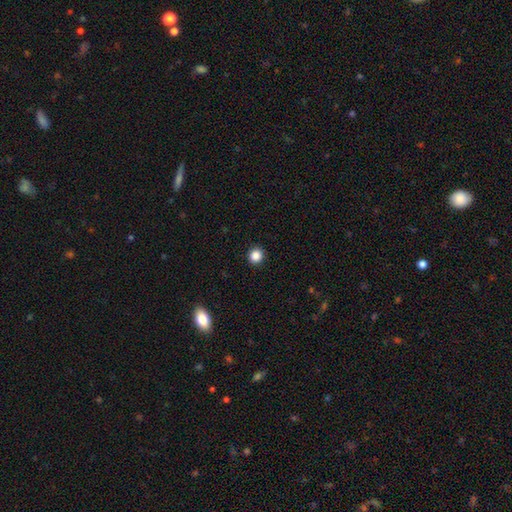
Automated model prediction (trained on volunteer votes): This appears to be a smooth galaxy with no disk features (86%) that is round (91%). Merging: none (92%).